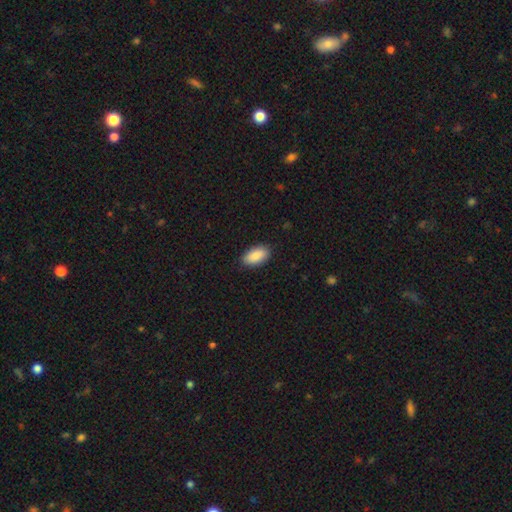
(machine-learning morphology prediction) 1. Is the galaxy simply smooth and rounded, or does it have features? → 89% smooth, 6% star or artifact, 5% featured or disk.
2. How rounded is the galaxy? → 94% in between, 3% cigar-shaped, 3% round.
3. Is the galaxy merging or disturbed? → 88% none, 9% minor disturbance, 2% major disturbance, 1% merger.